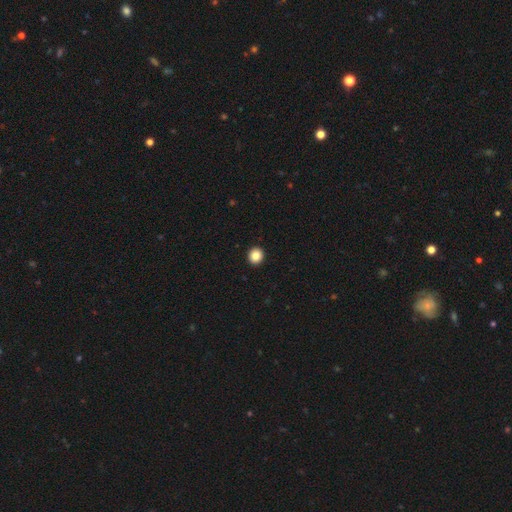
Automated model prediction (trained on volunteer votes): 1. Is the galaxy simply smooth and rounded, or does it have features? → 86% smooth, 10% star or artifact, 4% featured or disk.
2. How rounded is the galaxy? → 90% round, 9% in between, 1% cigar-shaped.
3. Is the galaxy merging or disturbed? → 94% none, 4% minor disturbance, 1% major disturbance, 1% merger.